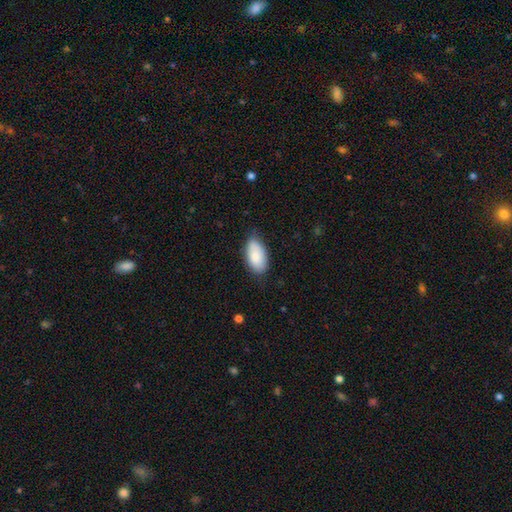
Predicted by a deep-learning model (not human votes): This appears to be a smooth galaxy with no disk features (83%) that is in between round and cigar-shaped (95%). Merging: none (74%).